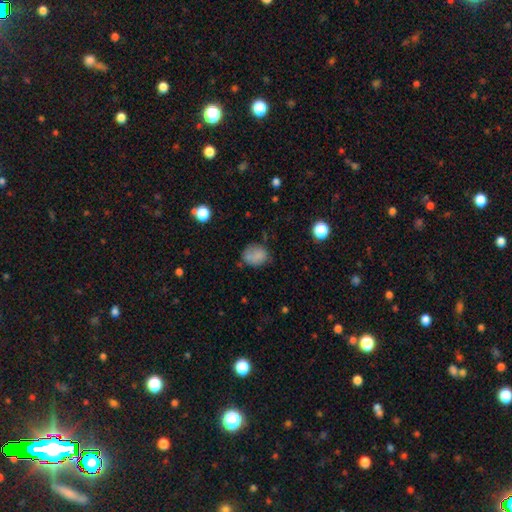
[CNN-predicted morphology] This is clearly a smooth galaxy (80%). How rounded: possibly round (50%). Merging: likely none (65%).